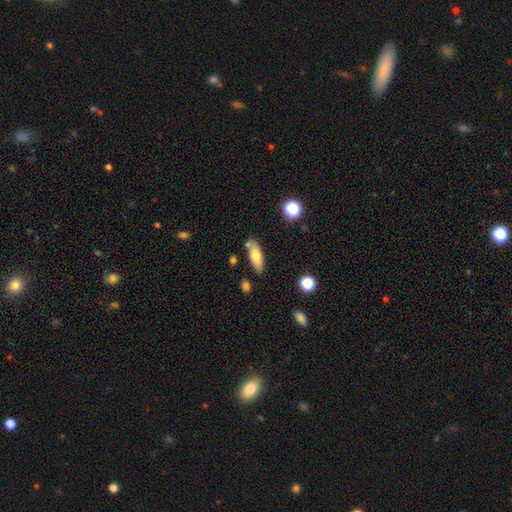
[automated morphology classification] This appears to be a smooth galaxy with no disk features (72%) that is in between round and cigar-shaped (67%). Merging: none (75%).